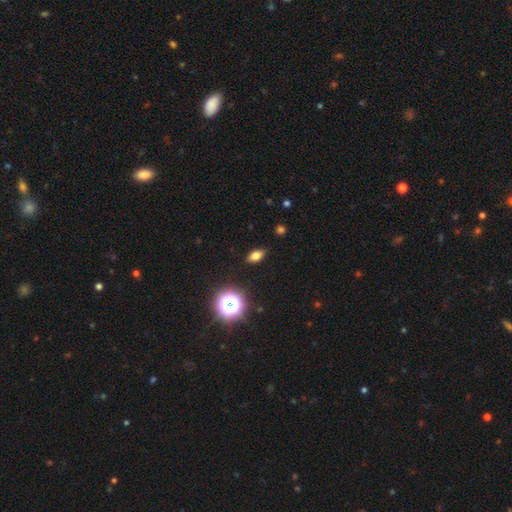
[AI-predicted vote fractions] Q: Smooth or featured?
A: smooth (71%); runner-up: star or artifact (16%)
Q: How rounded?
A: in between (80%); runner-up: round (14%)
Q: Merging?
A: none (87%); runner-up: minor disturbance (9%)